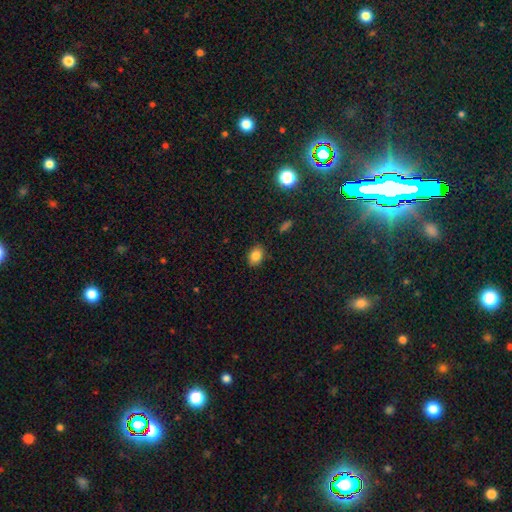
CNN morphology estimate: smooth 83%, star or artifact 11%, featured or disk 6%. Down the decision tree: how rounded — in between (71%); merging — none (87%).